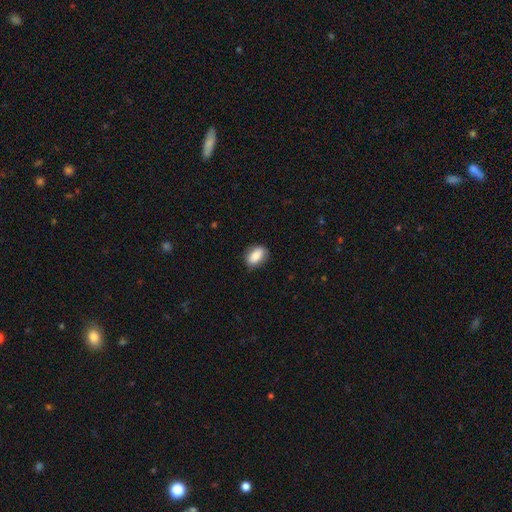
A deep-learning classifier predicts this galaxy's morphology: Smooth or featured: smooth — 84% (featured or disk — 8%)
How rounded: in between — 86% (round — 12%)
Merging: none — 80% (minor disturbance — 16%)